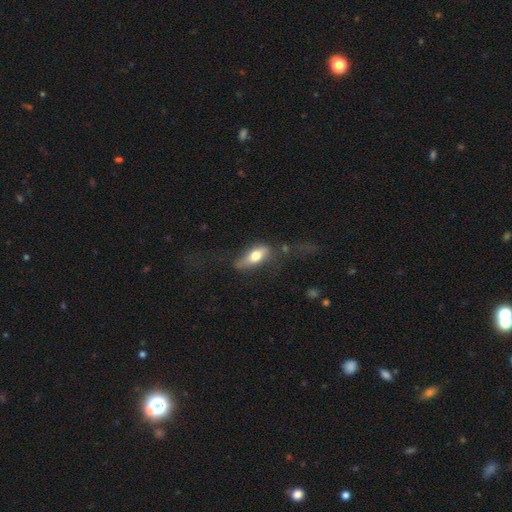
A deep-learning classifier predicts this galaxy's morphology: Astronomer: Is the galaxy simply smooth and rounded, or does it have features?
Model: smooth — 67%.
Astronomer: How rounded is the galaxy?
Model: in between — 76%.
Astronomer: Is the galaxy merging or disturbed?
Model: none — 46% (runner-up: minor disturbance, 26%).